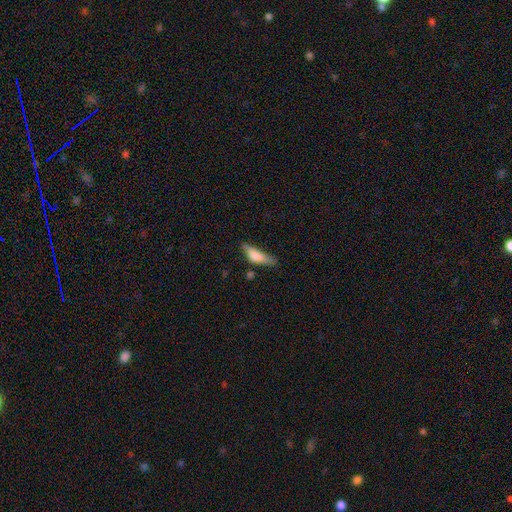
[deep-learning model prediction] The model was most divided on "how rounded": cigar-shaped: 53%, in between: 44%, round: 3%. Remaining: smooth or featured — smooth (67%); merging — none (43%).